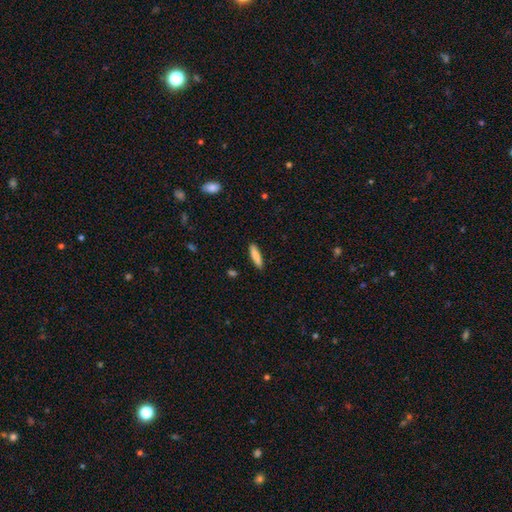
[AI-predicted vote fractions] smooth 85%, featured or disk 9%, star or artifact 6%. Down the decision tree: how rounded — cigar-shaped (75%); merging — none (90%).